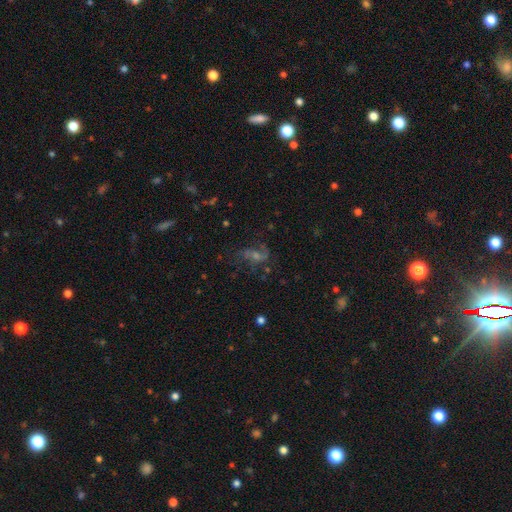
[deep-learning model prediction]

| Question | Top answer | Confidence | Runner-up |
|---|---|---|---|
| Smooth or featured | featured or disk | 62% | star or artifact (20%) |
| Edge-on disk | no | 95% | yes (5%) |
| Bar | no | 54% | weak (35%) |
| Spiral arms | yes | 82% | no (18%) |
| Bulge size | small | 50% | moderate (34%) |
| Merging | none | 57% | major disturbance (23%) |